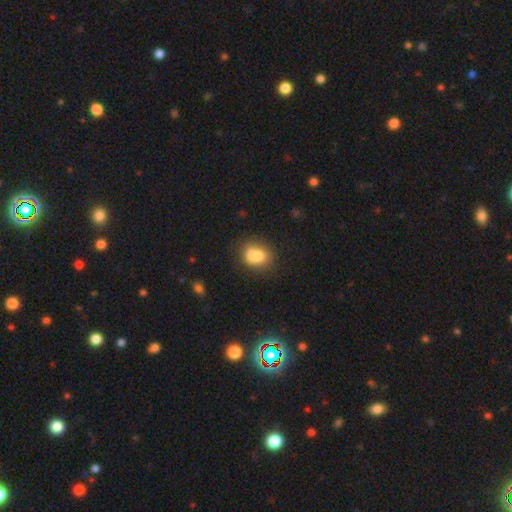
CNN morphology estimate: smooth-or-featured: smooth: 77% | featured or disk: 14% | star or artifact: 9%
  how-rounded: in between: 60% | round: 39% | cigar-shaped: 2%
  merging: none: 54% | minor disturbance: 20% | merger: 19% | major disturbance: 7%